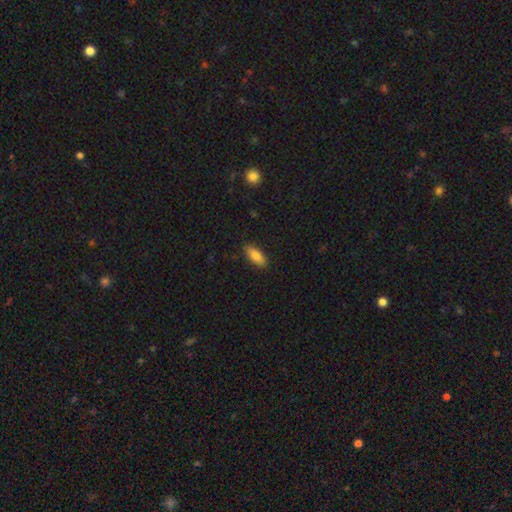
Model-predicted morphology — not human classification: smooth_or_featured: smooth (p=0.84) [alt: featured or disk p=0.09]
how_rounded: in between (p=0.79) [alt: cigar-shaped p=0.19]
merging: none (p=0.87) [alt: minor disturbance p=0.10]